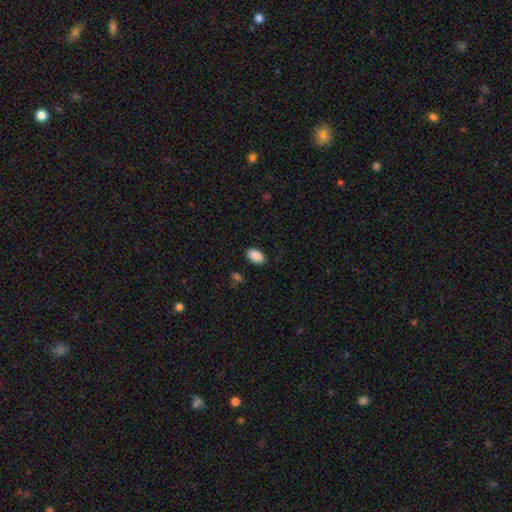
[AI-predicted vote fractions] This appears to be a smooth galaxy with no disk features (89%) that is in between round and cigar-shaped (91%). Merging: none (85%).